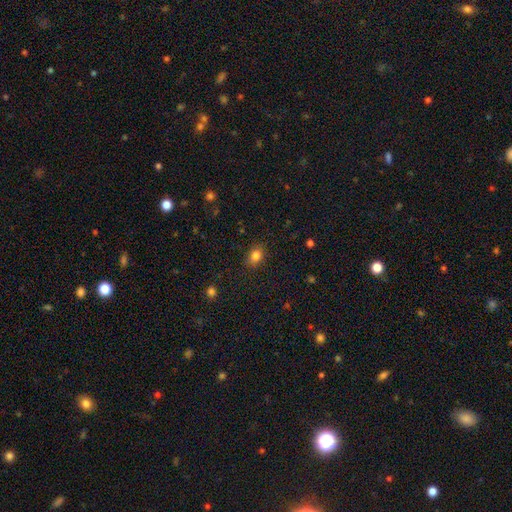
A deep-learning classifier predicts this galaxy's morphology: smooth-or-featured: smooth: 83% | star or artifact: 11% | featured or disk: 6%
  how-rounded: in between: 65% | round: 34% | cigar-shaped: 1%
  merging: none: 86% | minor disturbance: 10% | major disturbance: 3% | merger: 1%